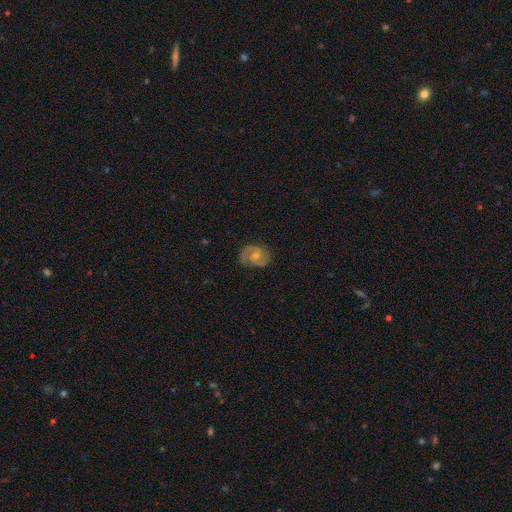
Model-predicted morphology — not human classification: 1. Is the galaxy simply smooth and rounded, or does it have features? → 88% featured or disk, 7% smooth, 5% star or artifact.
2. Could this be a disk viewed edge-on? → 98% no, 2% yes.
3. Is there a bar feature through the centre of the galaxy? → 55% no, 38% weak, 7% strong.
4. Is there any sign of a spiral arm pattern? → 97% yes, 3% no.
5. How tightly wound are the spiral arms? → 54% medium, 35% tight, 11% loose.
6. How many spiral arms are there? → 91% 2, 3% can't tell, 2% 3, 2% 1, 1% 4, 1% more than 4.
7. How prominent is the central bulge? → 52% moderate, 43% small, 3% none, 2% large, 1% dominant.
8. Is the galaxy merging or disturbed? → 79% none, 15% minor disturbance, 5% major disturbance, 1% merger.